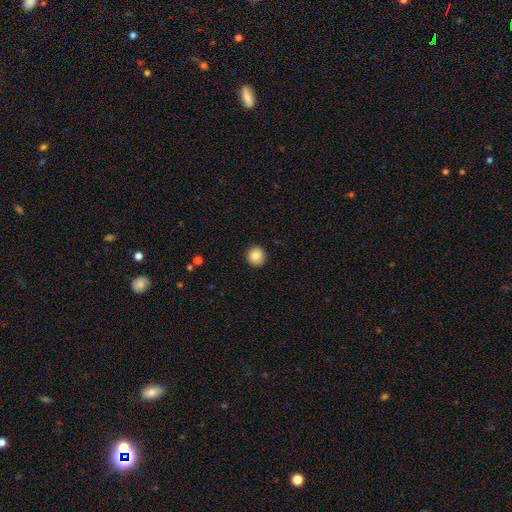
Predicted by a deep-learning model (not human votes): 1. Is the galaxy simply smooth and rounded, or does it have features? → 86% smooth, 9% star or artifact, 5% featured or disk.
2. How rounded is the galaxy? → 93% round, 6% in between, 1% cigar-shaped.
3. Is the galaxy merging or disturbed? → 92% none, 6% minor disturbance, 2% major disturbance, 1% merger.